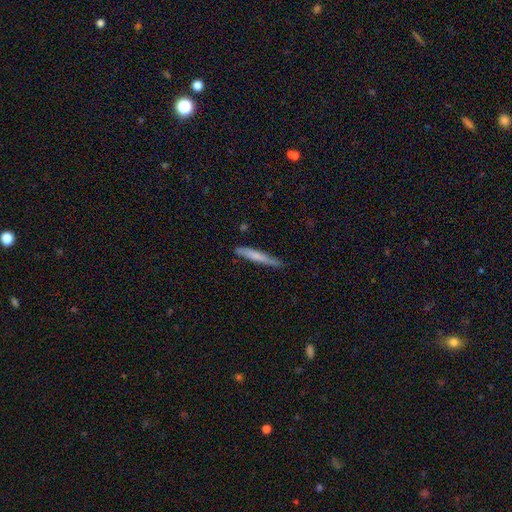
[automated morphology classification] A smooth galaxy with no disk features (66%) that is cigar-shaped (95%).

Vote fractions:
- Smooth or featured? smooth: 66% / featured or disk: 28% / star or artifact: 6%
- How rounded? cigar-shaped: 95% / in between: 4% / round: 1%
- Merging? none: 74% / minor disturbance: 20% / major disturbance: 3% / merger: 2%